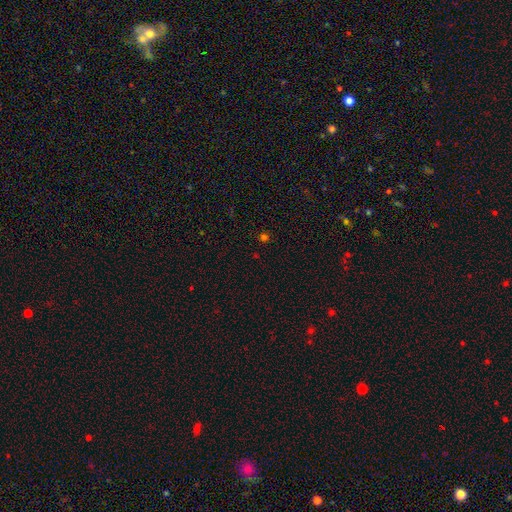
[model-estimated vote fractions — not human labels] smooth-or-featured: smooth: 53% | star or artifact: 42% | featured or disk: 5%
  how-rounded: round: 90% | in between: 9% | cigar-shaped: 1%
  merging: none: 88% | minor disturbance: 7% | major disturbance: 3% | merger: 2%